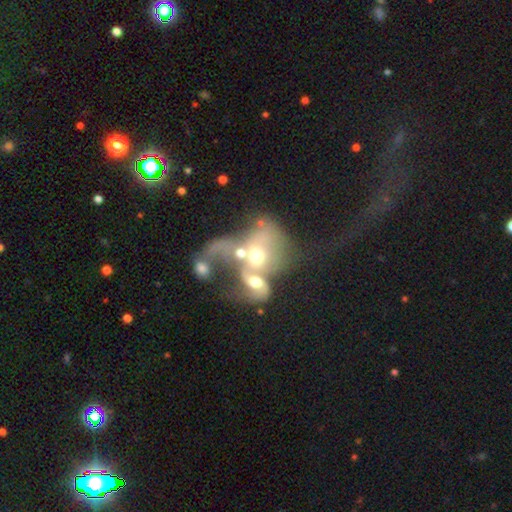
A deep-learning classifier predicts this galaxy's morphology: A featured or disk galaxy (58%) with no bar (75%), spiral arms (51%) and a moderate central bulge (59%). Merging: merger (77%).